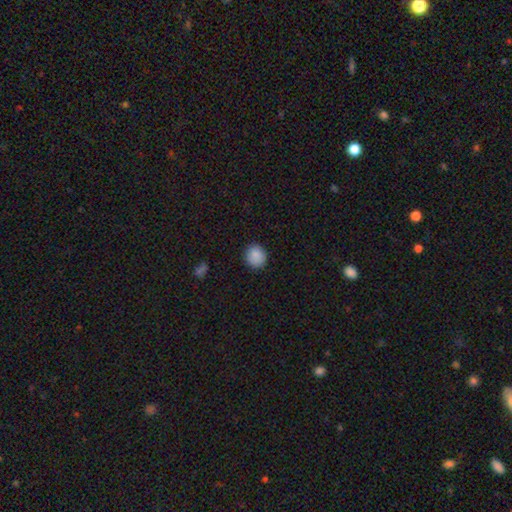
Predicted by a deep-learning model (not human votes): smooth_or_featured: smooth (p=0.88) [alt: star or artifact p=0.09]
how_rounded: round (p=0.88) [alt: in between p=0.11]
merging: none (p=0.89) [alt: minor disturbance p=0.08]